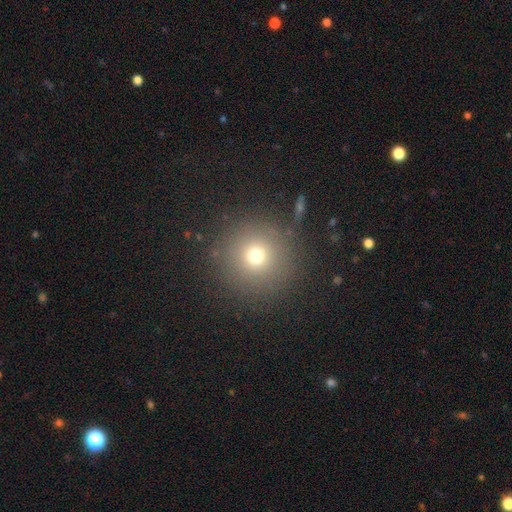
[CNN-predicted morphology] The model was most divided on "smooth or featured": smooth: 71%, star or artifact: 18%, featured or disk: 11%. More confident: how rounded — round (95%); merging — none (87%).